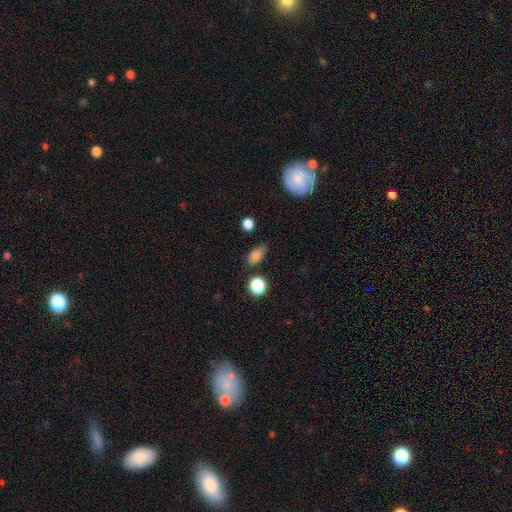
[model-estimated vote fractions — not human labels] The model was most divided on "merging": none: 79%, minor disturbance: 14%, merger: 3%, major disturbance: 3%. More confident: how rounded — in between (83%); smooth or featured — smooth (82%).